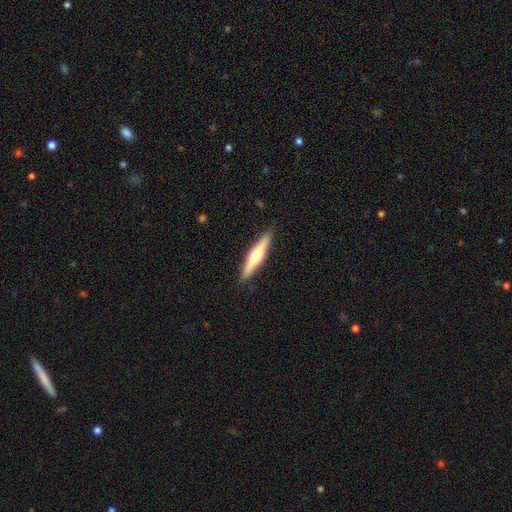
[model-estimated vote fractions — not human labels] The model was most divided on "smooth or featured": featured or disk: 54%, smooth: 41%, star or artifact: 5%. More confident: edge-on disk — yes (96%); merging — none (90%); edge-on bulge — rounded (85%).